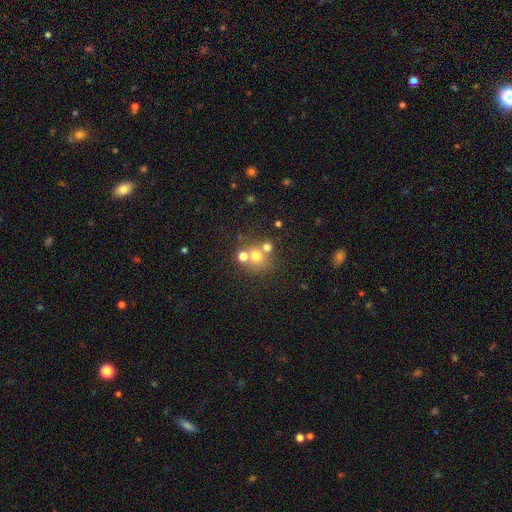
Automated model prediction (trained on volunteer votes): smooth_or_featured: smooth (p=0.64) [alt: star or artifact p=0.18]
how_rounded: round (p=0.83) [alt: in between p=0.16]
merging: none (p=0.49) [alt: merger p=0.38]